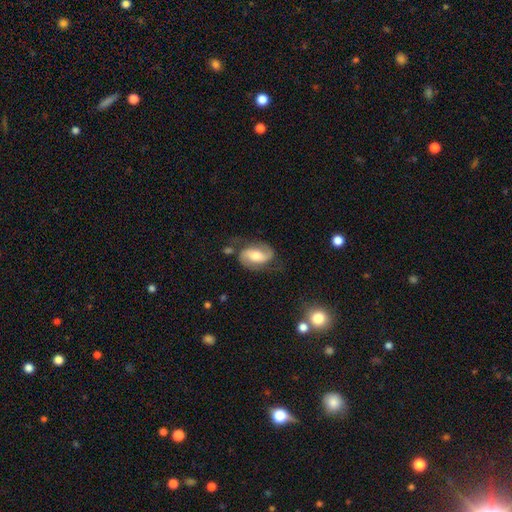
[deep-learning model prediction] Q: Smooth or featured?
A: featured or disk (73%); runner-up: smooth (20%)
Q: Edge-on disk?
A: no (96%); runner-up: yes (4%)
Q: Bar?
A: weak (40%); runner-up: no (32%)
Q: Spiral arms?
A: yes (93%); runner-up: no (7%)
Q: Spiral winding?
A: medium (47%); runner-up: loose (33%)
Q: Spiral arm count?
A: 2 (89%); runner-up: can't tell (5%)
Q: Bulge size?
A: moderate (59%); runner-up: small (21%)
Q: Merging?
A: none (65%); runner-up: minor disturbance (20%)